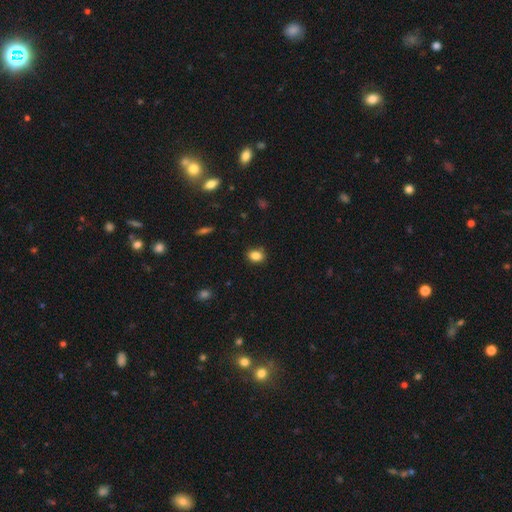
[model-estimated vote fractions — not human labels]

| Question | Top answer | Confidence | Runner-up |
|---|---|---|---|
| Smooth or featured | smooth | 84% | star or artifact (10%) |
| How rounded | in between | 55% | round (44%) |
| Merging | none | 85% | minor disturbance (11%) |